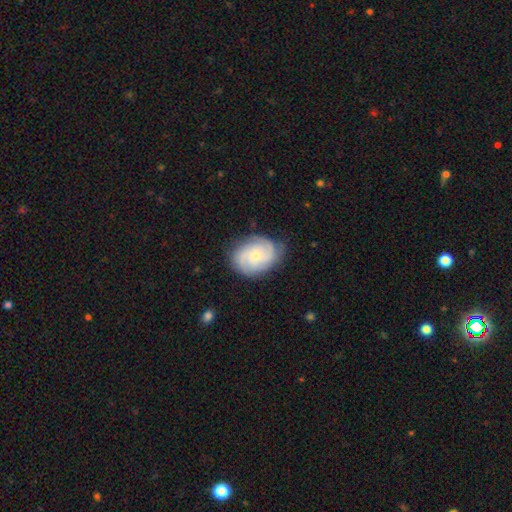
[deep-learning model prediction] A featured or disk galaxy (77%) with no bar (74%), 3 (41%) tight (59%) spiral arms (96%) and a small central bulge (63%). Merging: none (77%).